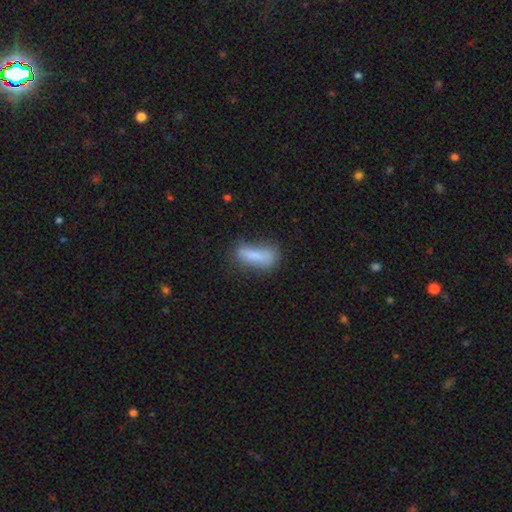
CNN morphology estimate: The model was most divided on "how rounded": in between: 55%, cigar-shaped: 42%, round: 3%. More confident: smooth or featured — smooth (78%); merging — none (54%).